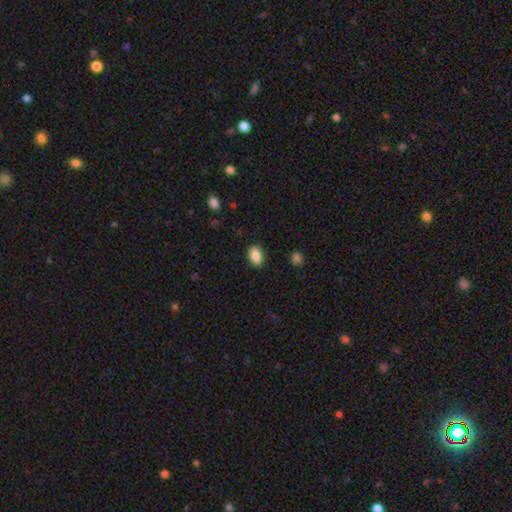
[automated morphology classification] The model was most divided on "how rounded": in between: 84%, round: 14%, cigar-shaped: 2%. More confident: smooth or featured — smooth (87%); merging — none (85%).